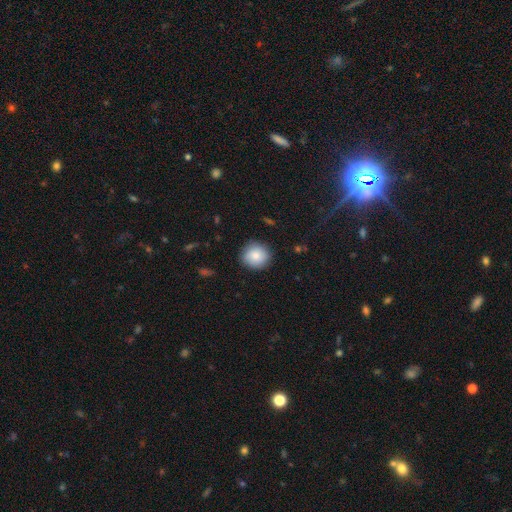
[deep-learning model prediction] This is clearly a smooth galaxy (83%). How rounded: clearly round (91%). Merging: clearly none (87%).